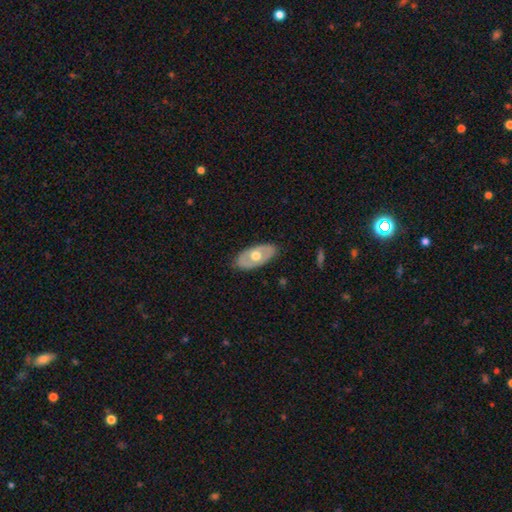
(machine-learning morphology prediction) A featured or disk galaxy (51%). Merging: none (84%).